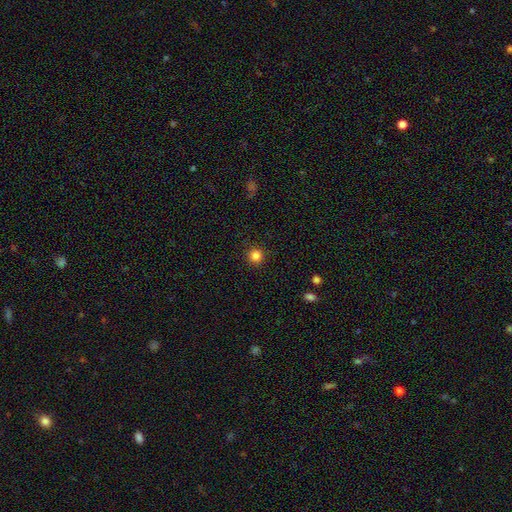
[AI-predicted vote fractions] smooth-or-featured: smooth: 84% | star or artifact: 12% | featured or disk: 4%
  how-rounded: round: 95% | in between: 4% | cigar-shaped: 1%
  merging: none: 92% | minor disturbance: 5% | major disturbance: 2% | merger: 1%